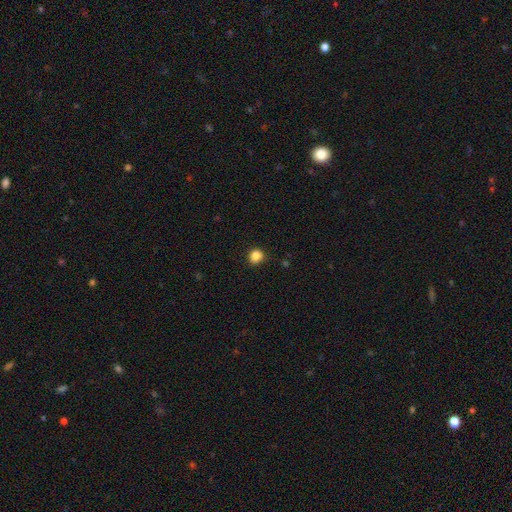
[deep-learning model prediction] Q: Smooth or featured?
A: smooth (86%); runner-up: star or artifact (11%)
Q: How rounded?
A: round (81%); runner-up: in between (18%)
Q: Merging?
A: none (85%); runner-up: minor disturbance (11%)